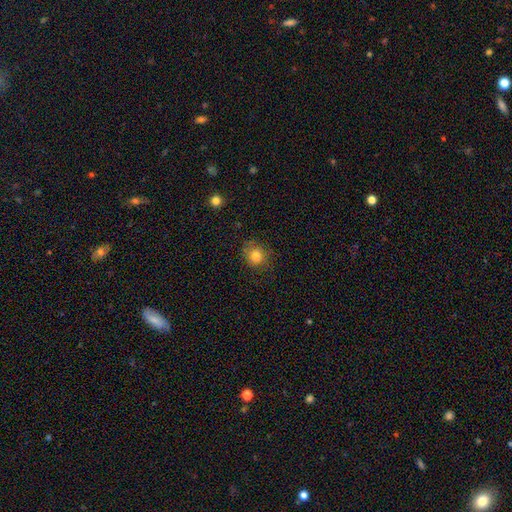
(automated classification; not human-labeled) Morphology: type=smooth (81%); roundness=round (83%); merging=none (79%).